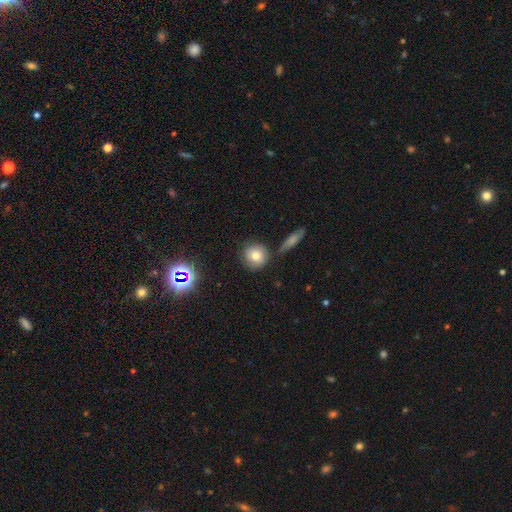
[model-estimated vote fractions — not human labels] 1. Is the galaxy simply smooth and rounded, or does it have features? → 75% smooth, 13% star or artifact, 12% featured or disk.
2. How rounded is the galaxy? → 90% round, 8% in between, 2% cigar-shaped.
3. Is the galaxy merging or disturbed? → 77% none, 11% minor disturbance, 9% merger, 3% major disturbance.